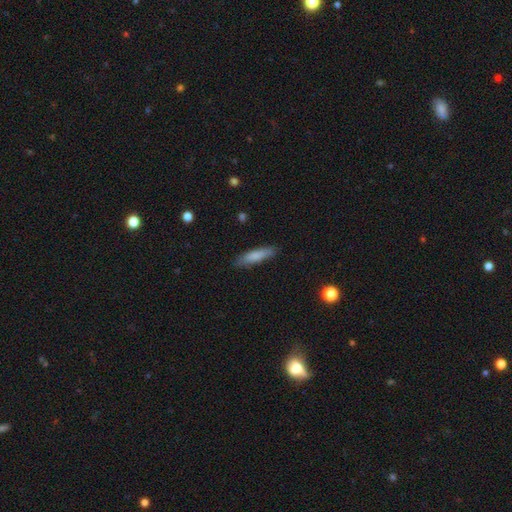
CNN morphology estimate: A smooth galaxy with no disk features (81%) that is cigar-shaped (78%).

Vote fractions:
- Smooth or featured? smooth: 81% / featured or disk: 13% / star or artifact: 6%
- How rounded? cigar-shaped: 78% / in between: 21% / round: 1%
- Merging? none: 83% / minor disturbance: 14% / major disturbance: 3% / merger: 1%